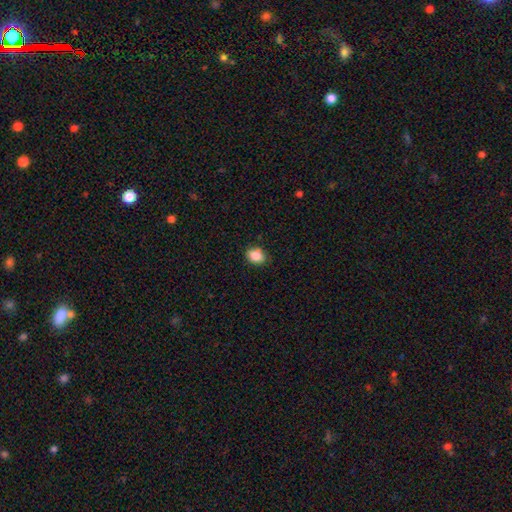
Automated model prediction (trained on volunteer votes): Smooth or featured: smooth — 86% (star or artifact — 9%)
How rounded: in between — 51% (round — 48%)
Merging: none — 85% (minor disturbance — 12%)